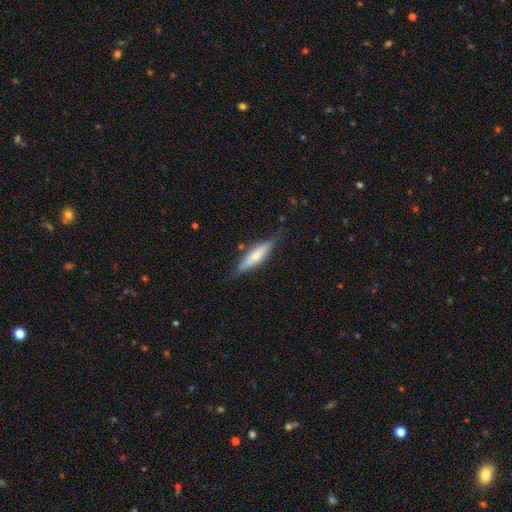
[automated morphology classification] Smooth or featured? Predicted: smooth (p=0.61). How rounded? Predicted: cigar-shaped (p=0.71). Merging? Predicted: none (p=0.74).